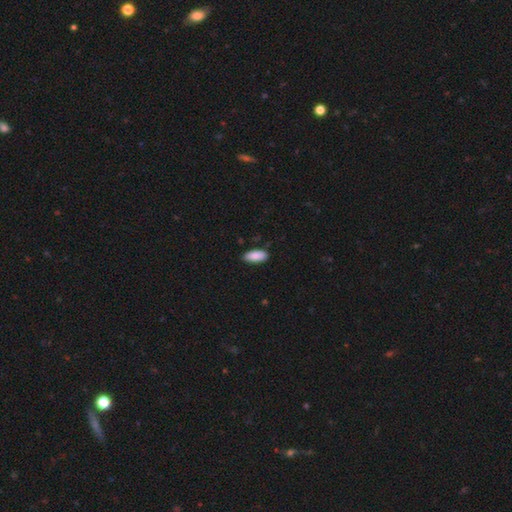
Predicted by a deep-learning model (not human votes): Q: Smooth or featured?
A: smooth (90%); runner-up: star or artifact (6%)
Q: How rounded?
A: in between (89%); runner-up: cigar-shaped (9%)
Q: Merging?
A: none (84%); runner-up: minor disturbance (13%)